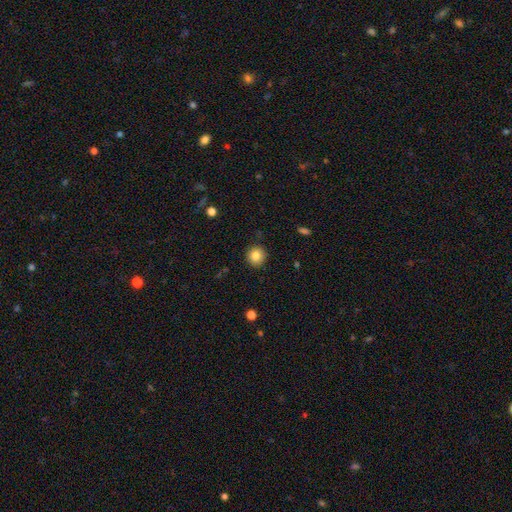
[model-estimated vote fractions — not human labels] smooth-or-featured: smooth: 83% | star or artifact: 10% | featured or disk: 7%
  how-rounded: round: 94% | in between: 5% | cigar-shaped: 1%
  merging: none: 90% | minor disturbance: 7% | major disturbance: 2% | merger: 1%